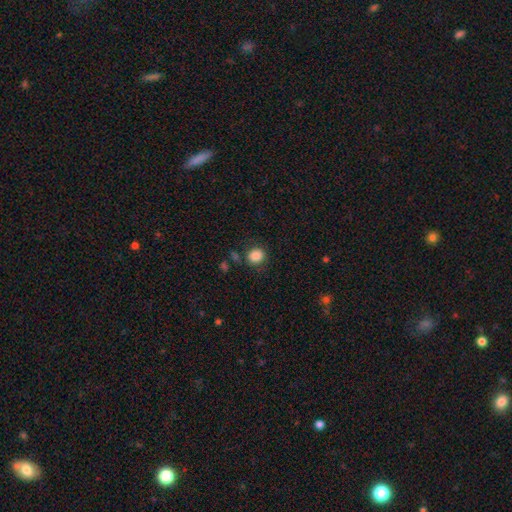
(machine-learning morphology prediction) Q: Smooth or featured?
A: smooth (86%); runner-up: star or artifact (10%)
Q: How rounded?
A: round (75%); runner-up: in between (24%)
Q: Merging?
A: none (81%); runner-up: minor disturbance (11%)